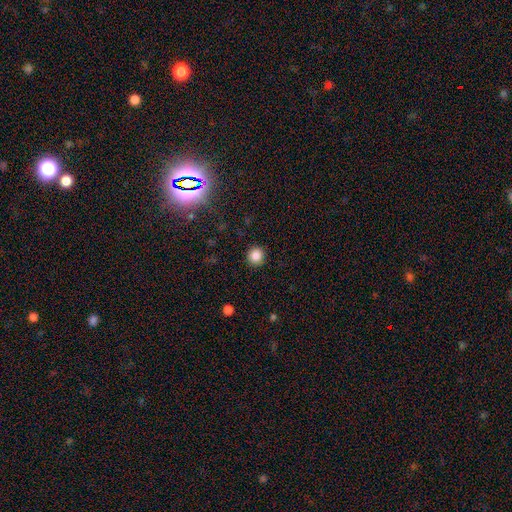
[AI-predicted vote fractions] smooth-or-featured: smooth: 85% | star or artifact: 11% | featured or disk: 4%
  how-rounded: round: 94% | in between: 6% | cigar-shaped: 1%
  merging: none: 92% | minor disturbance: 5% | major disturbance: 2% | merger: 1%